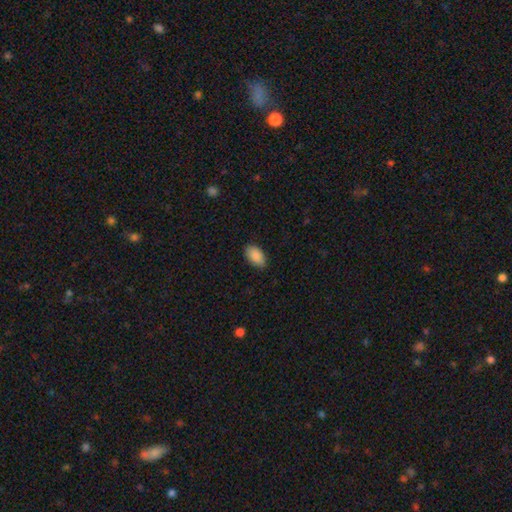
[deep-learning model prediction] smooth 89%, star or artifact 7%, featured or disk 4%. Down the decision tree: how rounded — in between (94%); merging — none (87%).